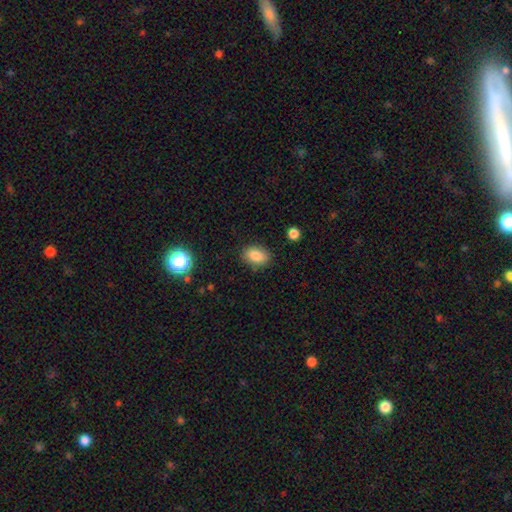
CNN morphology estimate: A smooth galaxy with no disk features (83%) that is in between round and cigar-shaped (84%). Merging: none (84%).